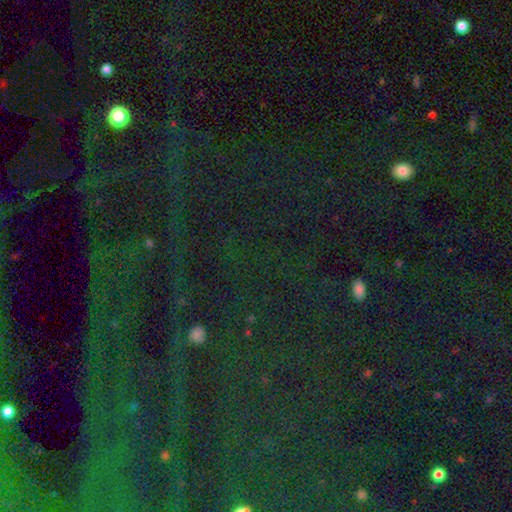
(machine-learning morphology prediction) A star or artifact, not a galaxy (81%).

Vote fractions:
- Smooth or featured? star or artifact: 81% / smooth: 11% / featured or disk: 8%